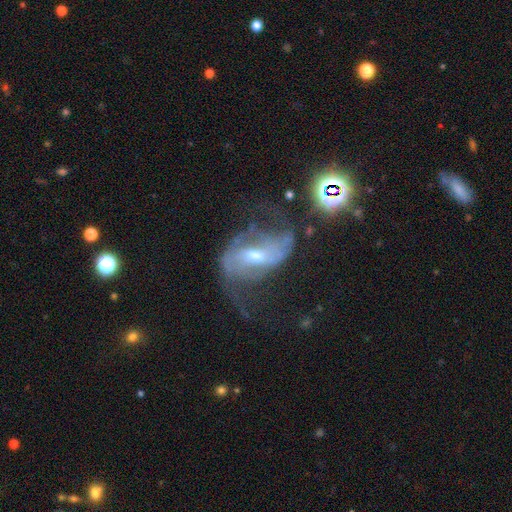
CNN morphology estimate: The model was most divided on "bar": weak: 44%, strong: 34%, no: 22%. More confident: edge-on disk — no (96%); spiral arms — yes (93%); spiral arm count — 2 (85%); smooth or featured — featured or disk (82%); spiral winding — loose (55%); bulge size — moderate (54%); merging — none (51%).